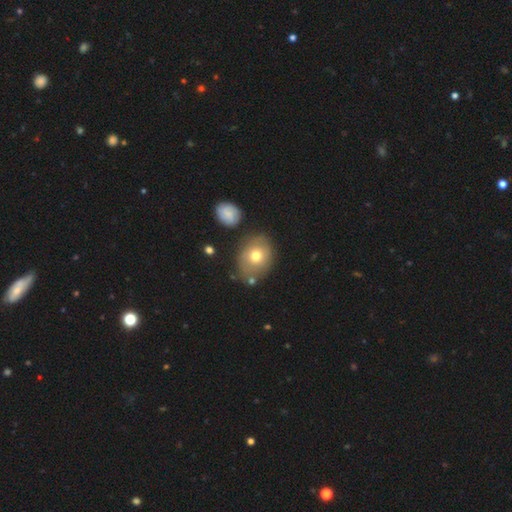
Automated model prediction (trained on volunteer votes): A smooth galaxy with no disk features (69%) that is round (55%).

Vote fractions:
- Smooth or featured? smooth: 69% / featured or disk: 21% / star or artifact: 10%
- How rounded? round: 55% / in between: 44% / cigar-shaped: 1%
- Merging? none: 70% / minor disturbance: 18% / merger: 7% / major disturbance: 5%